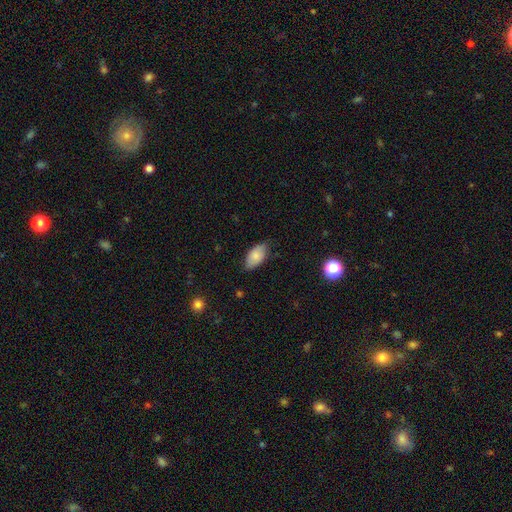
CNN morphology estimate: smooth_or_featured: smooth (p=0.81) [alt: featured or disk p=0.12]
how_rounded: in between (p=0.94) [alt: round p=0.03]
merging: none (p=0.74) [alt: minor disturbance p=0.22]